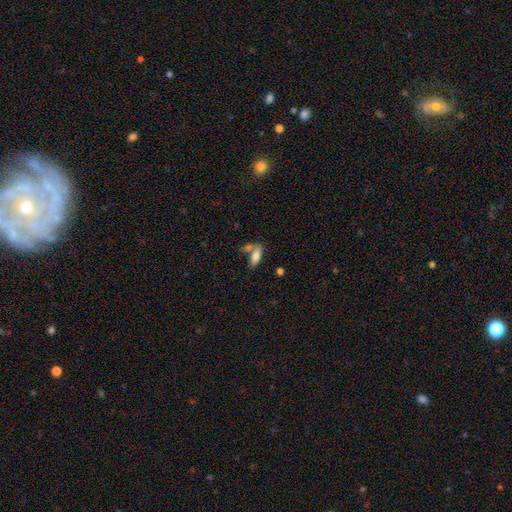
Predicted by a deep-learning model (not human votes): smooth 80%, featured or disk 12%, star or artifact 8%. Down the decision tree: how rounded — in between (76%); merging — none (49%).